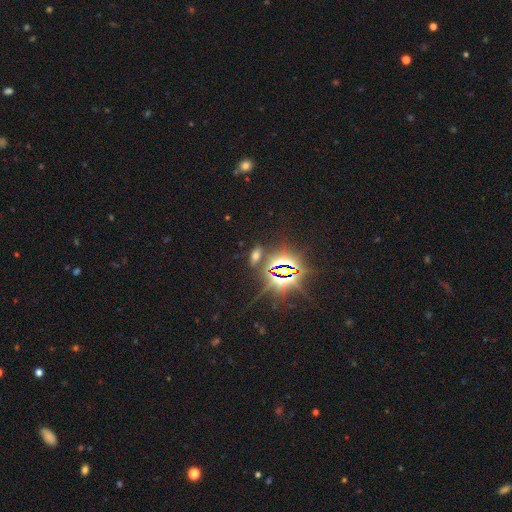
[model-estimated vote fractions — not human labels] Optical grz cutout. It shows a star or artifact, not a galaxy (49%).